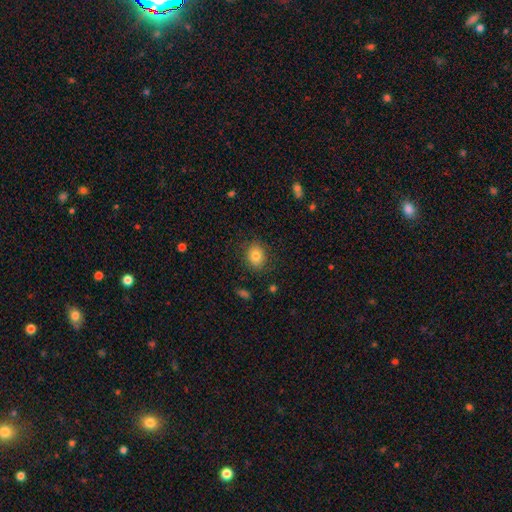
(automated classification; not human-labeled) Smooth or featured?
  - smooth: 80% *
  - star or artifact: 10%
  - featured or disk: 9%
How rounded?
  - round: 61% *
  - in between: 38%
  - cigar-shaped: 1%
Merging?
  - none: 85% *
  - minor disturbance: 11%
  - major disturbance: 3%
  - merger: 1%